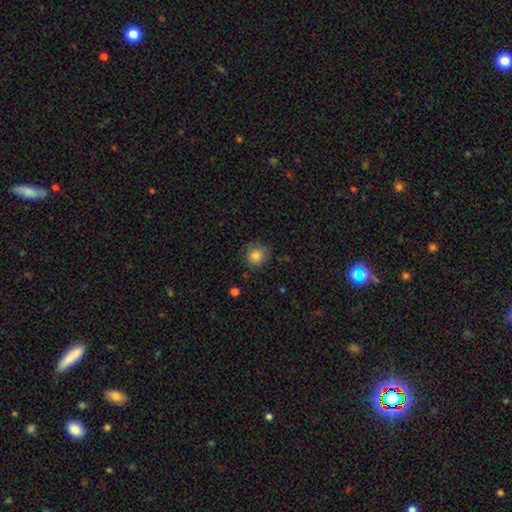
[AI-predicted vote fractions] Smooth or featured? Predicted: smooth (p=0.82). How rounded? Predicted: round (p=0.88). Merging? Predicted: none (p=0.79).